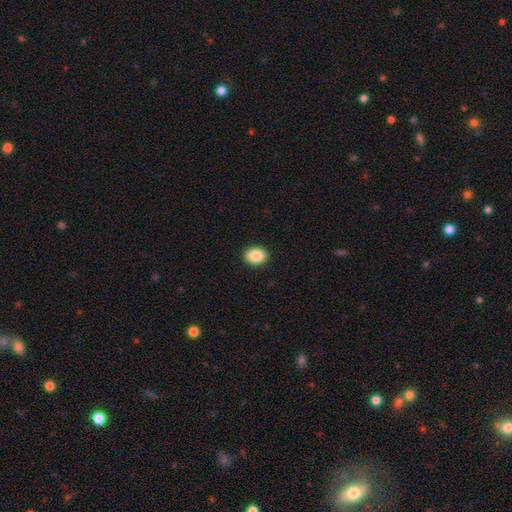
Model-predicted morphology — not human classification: This is clearly a smooth galaxy (88%). How rounded: possibly in between (56%). Merging: clearly none (92%).